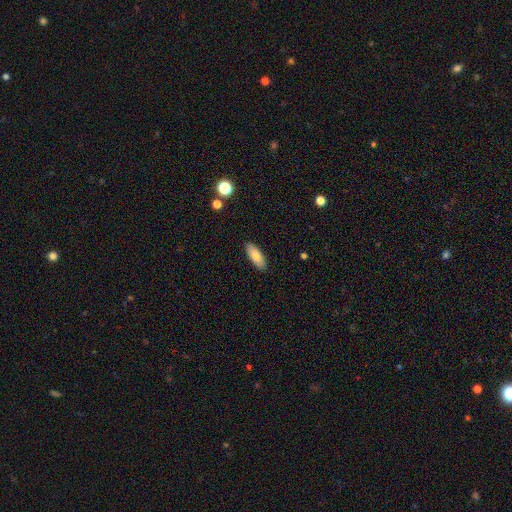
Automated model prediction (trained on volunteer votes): Smooth or featured? Predicted: smooth (p=0.81). How rounded? Predicted: in between (p=0.75). Merging? Predicted: none (p=0.89).